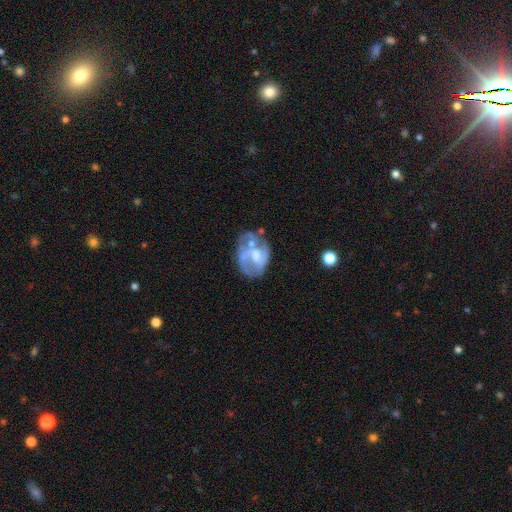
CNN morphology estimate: Smooth or featured? featured or disk (70%)
Edge-on disk? no (97%)
Bar? no (50%)
Spiral arms? yes (65%)
Bulge size? moderate (52%)
Merging? none (43%)